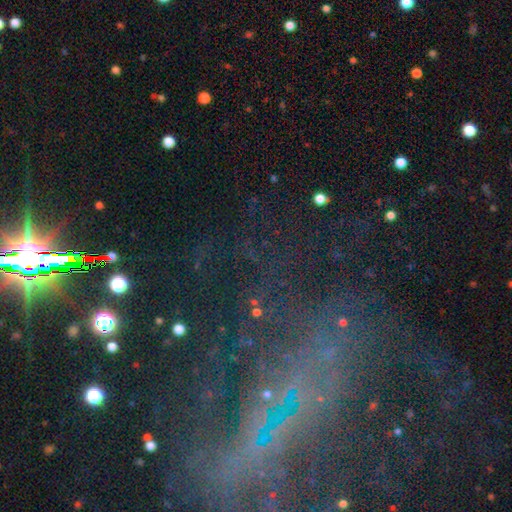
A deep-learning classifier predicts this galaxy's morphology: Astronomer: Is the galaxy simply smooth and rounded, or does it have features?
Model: star or artifact — 56% (runner-up: featured or disk, 31%).